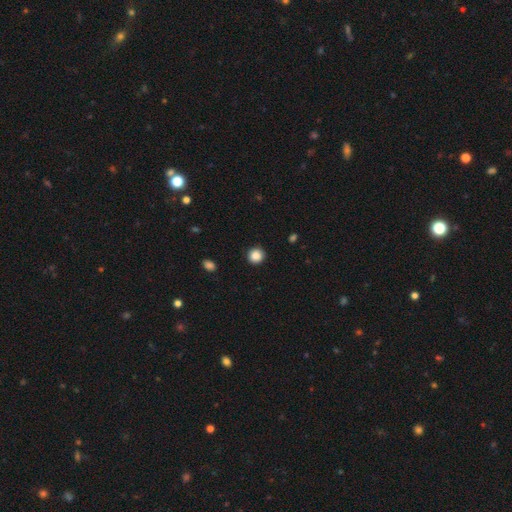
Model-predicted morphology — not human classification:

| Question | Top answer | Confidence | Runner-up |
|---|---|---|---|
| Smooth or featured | smooth | 87% | star or artifact (10%) |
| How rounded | round | 92% | in between (7%) |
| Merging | none | 91% | minor disturbance (6%) |